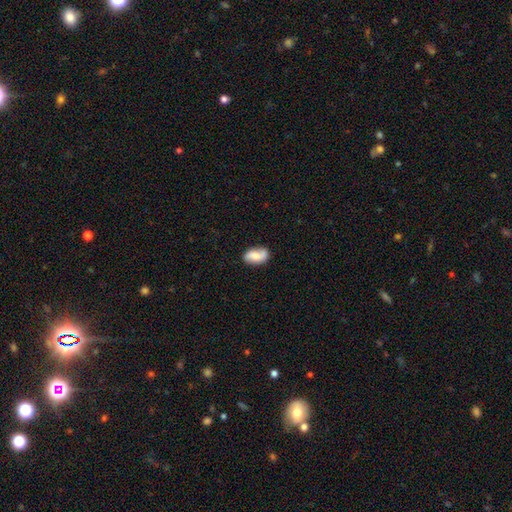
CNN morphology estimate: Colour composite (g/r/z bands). It shows a smooth galaxy with no disk features (59%) that is in between round and cigar-shaped (91%). Merging: none (72%).